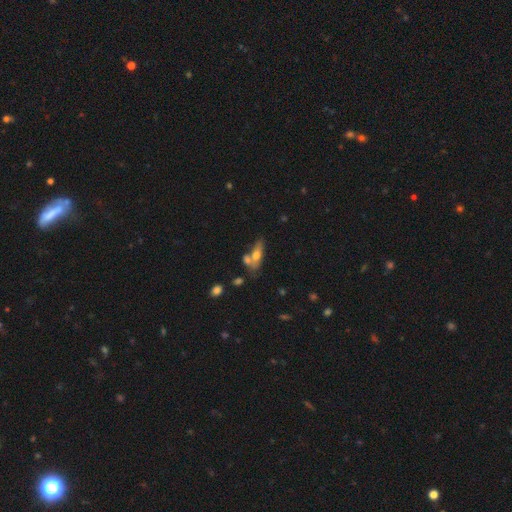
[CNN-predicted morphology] The model was most divided on "merging": none: 42%, merger: 37%, minor disturbance: 15%, major disturbance: 6%. More confident: how rounded — in between (65%); smooth or featured — smooth (58%).